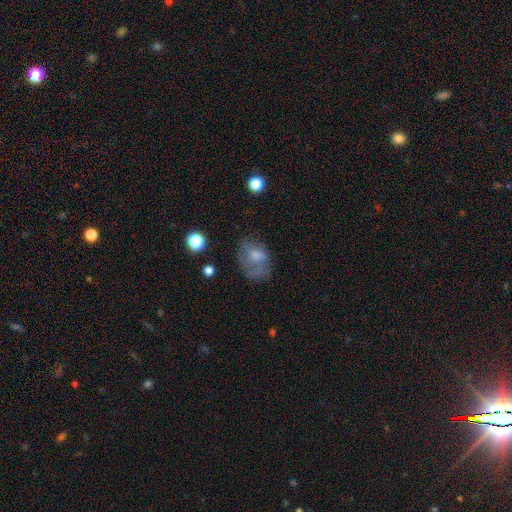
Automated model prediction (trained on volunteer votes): Smooth or featured? Predicted: smooth (p=0.49). Merging? Predicted: none (p=0.48).